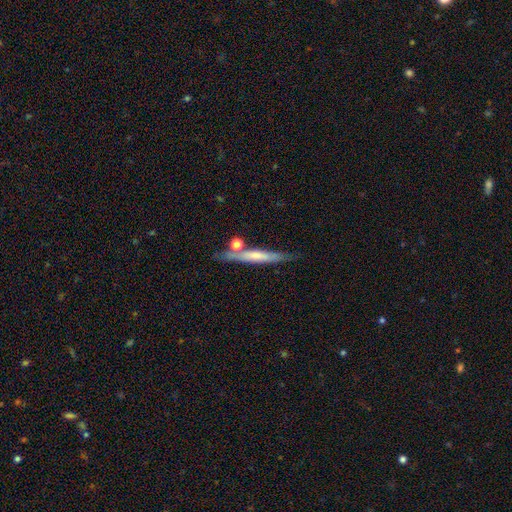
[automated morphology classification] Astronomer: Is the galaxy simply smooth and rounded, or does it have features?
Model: smooth — 48% (runner-up: featured or disk, 45%).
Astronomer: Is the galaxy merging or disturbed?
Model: none — 71%.